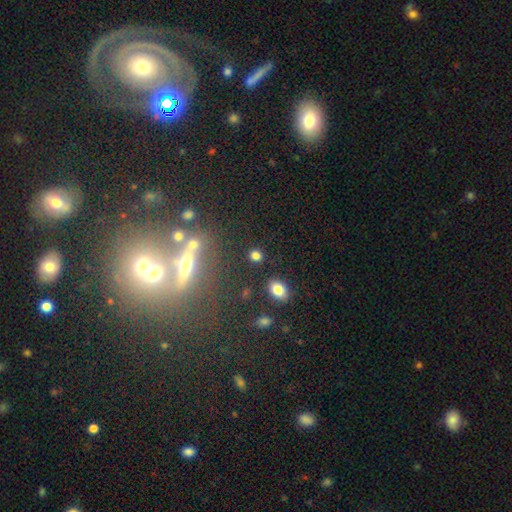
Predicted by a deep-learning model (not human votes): Morphology: type=smooth (79%); roundness=round (67%); merging=none (83%).